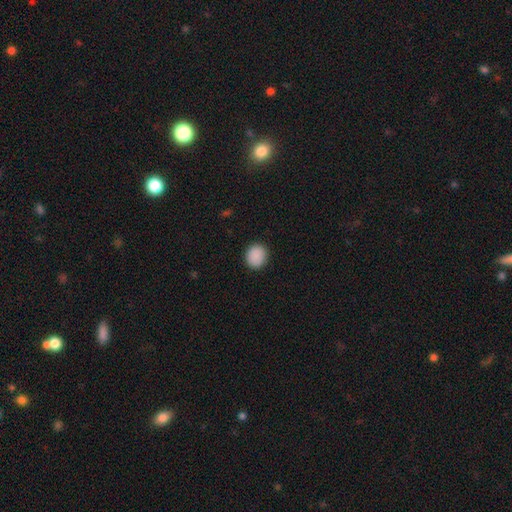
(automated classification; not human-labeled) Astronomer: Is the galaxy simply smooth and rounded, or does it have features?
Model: smooth — 90%.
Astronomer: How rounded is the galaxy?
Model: round — 81%.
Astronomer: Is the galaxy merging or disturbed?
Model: none — 90%.